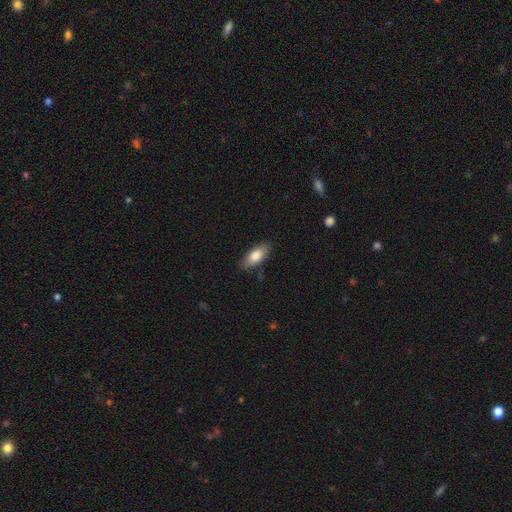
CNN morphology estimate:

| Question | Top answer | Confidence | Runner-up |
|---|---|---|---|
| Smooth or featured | smooth | 81% | featured or disk (13%) |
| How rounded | in between | 84% | cigar-shaped (13%) |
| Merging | none | 85% | minor disturbance (12%) |